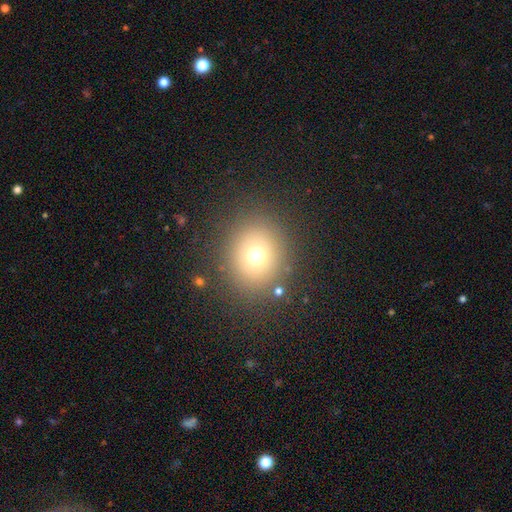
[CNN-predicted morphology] Q: Smooth or featured?
A: smooth (69%); runner-up: star or artifact (18%)
Q: How rounded?
A: round (79%); runner-up: in between (20%)
Q: Merging?
A: none (86%); runner-up: minor disturbance (8%)